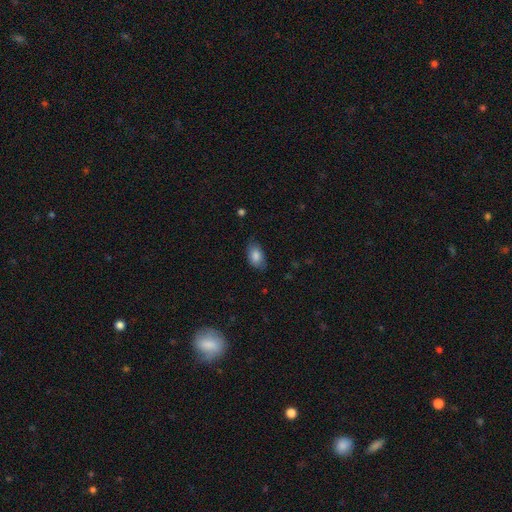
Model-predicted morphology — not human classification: Overall: smooth (83%). How rounded: in between (90%). Merging: none (73%).